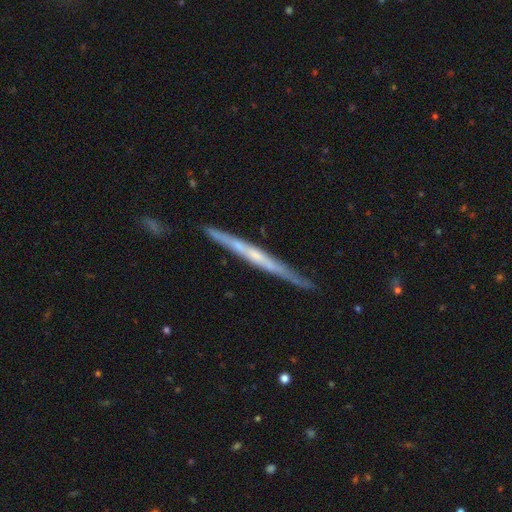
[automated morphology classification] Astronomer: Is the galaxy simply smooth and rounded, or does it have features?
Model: featured or disk — 65%.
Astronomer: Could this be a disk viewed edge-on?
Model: yes — 96%.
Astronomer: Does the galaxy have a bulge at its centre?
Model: none — 66%.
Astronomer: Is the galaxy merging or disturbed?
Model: none — 82%.